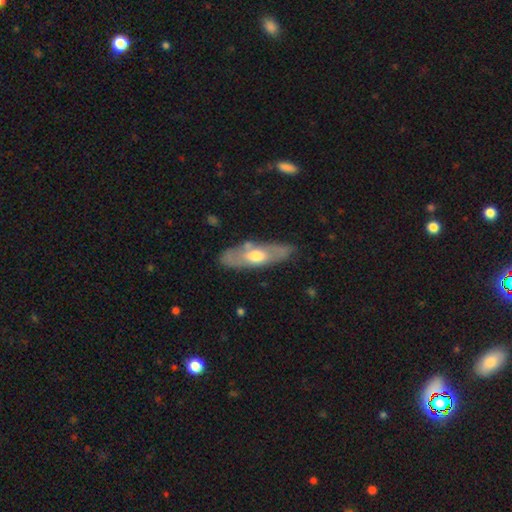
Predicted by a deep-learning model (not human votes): Overall: smooth (48%; featured or disk 47%). Merging: none (74%).